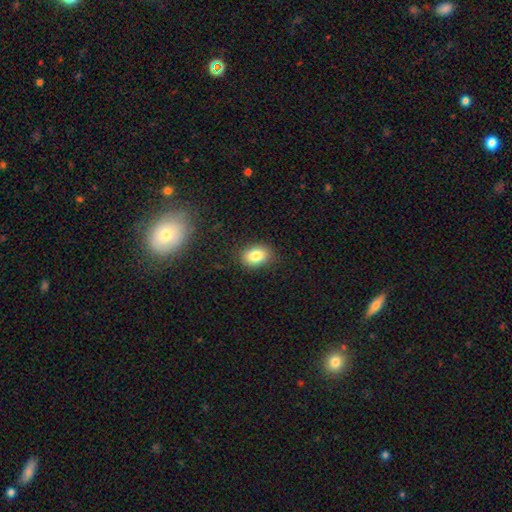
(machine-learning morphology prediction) A smooth galaxy with no disk features (82%) that is in between round and cigar-shaped (77%).

Vote fractions:
- Smooth or featured? smooth: 82% / star or artifact: 10% / featured or disk: 8%
- How rounded? in between: 77% / round: 22% / cigar-shaped: 1%
- Merging? none: 86% / minor disturbance: 10% / major disturbance: 3% / merger: 1%